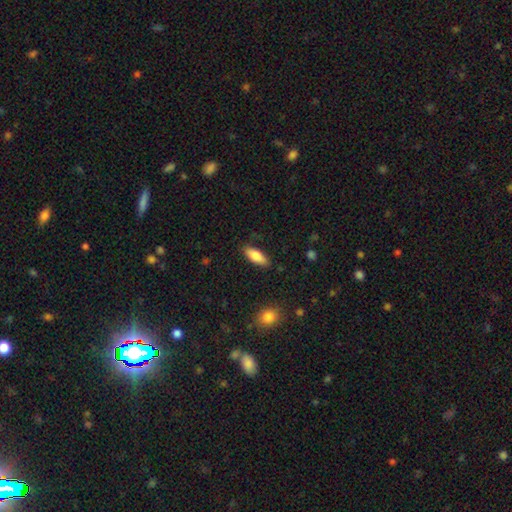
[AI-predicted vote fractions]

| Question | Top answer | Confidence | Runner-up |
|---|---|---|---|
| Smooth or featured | smooth | 77% | featured or disk (16%) |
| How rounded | in between | 72% | cigar-shaped (26%) |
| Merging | none | 84% | minor disturbance (12%) |